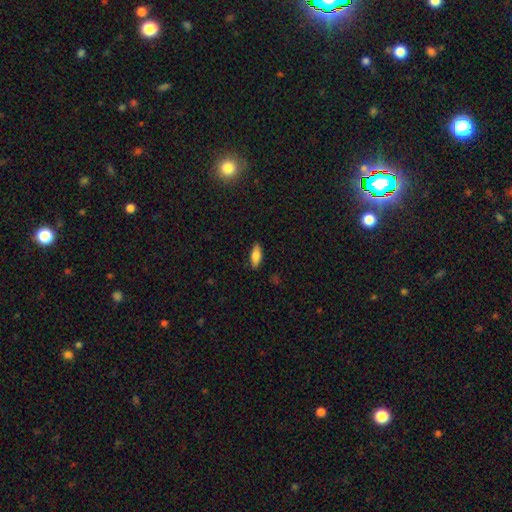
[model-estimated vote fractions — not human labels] Smooth or featured: smooth — 81% (featured or disk — 12%)
How rounded: in between — 77% (cigar-shaped — 21%)
Merging: none — 86% (minor disturbance — 11%)